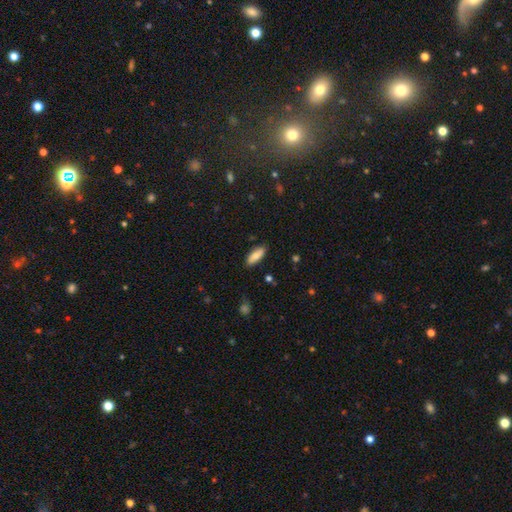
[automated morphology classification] Q: Smooth or featured?
A: smooth (83%); runner-up: featured or disk (11%)
Q: How rounded?
A: in between (71%); runner-up: cigar-shaped (27%)
Q: Merging?
A: none (86%); runner-up: minor disturbance (10%)